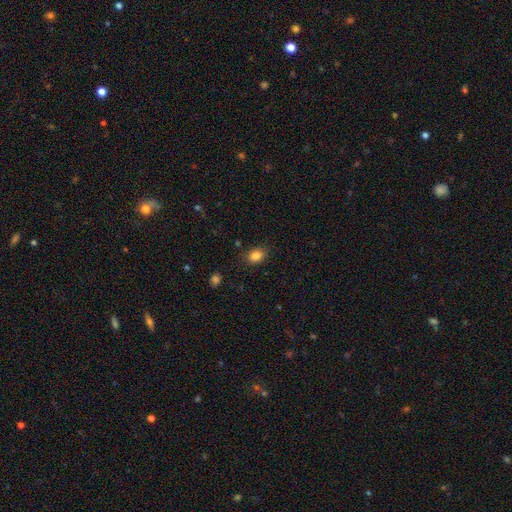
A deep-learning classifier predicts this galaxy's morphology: This appears to be a smooth galaxy with no disk features (84%) that is in between round and cigar-shaped (69%). Merging: none (83%).